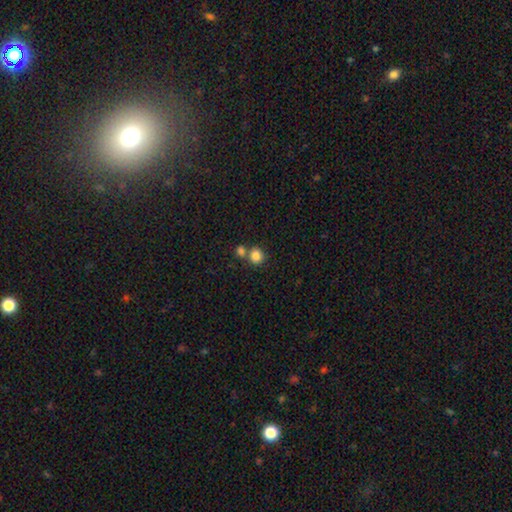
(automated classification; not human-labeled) Q: Smooth or featured?
A: smooth (84%); runner-up: star or artifact (10%)
Q: How rounded?
A: round (87%); runner-up: in between (12%)
Q: Merging?
A: none (57%); runner-up: merger (32%)